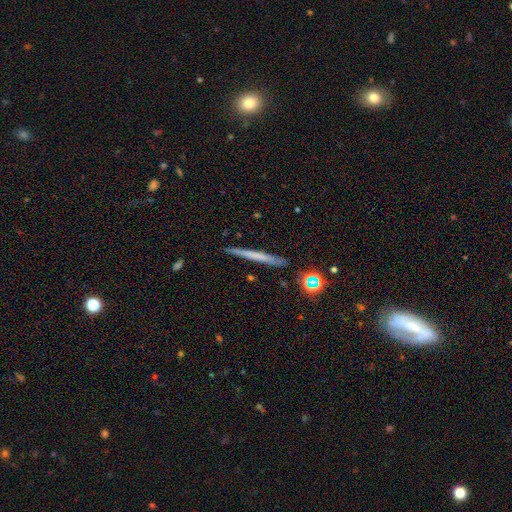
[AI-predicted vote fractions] Smooth or featured?
  - smooth: 53% *
  - featured or disk: 39%
  - star or artifact: 8%
How rounded?
  - cigar-shaped: 96% *
  - in between: 2%
  - round: 2%
Merging?
  - none: 89% *
  - minor disturbance: 7%
  - merger: 2%
  - major disturbance: 2%